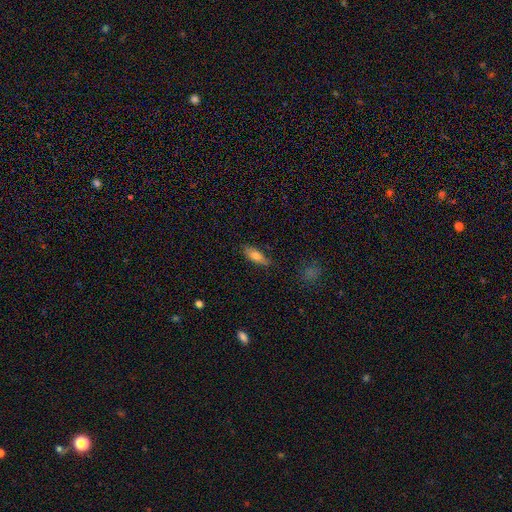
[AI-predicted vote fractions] smooth-or-featured: smooth: 73% | featured or disk: 19% | star or artifact: 7%
  how-rounded: in between: 66% | cigar-shaped: 32% | round: 3%
  merging: none: 77% | minor disturbance: 18% | major disturbance: 3% | merger: 2%